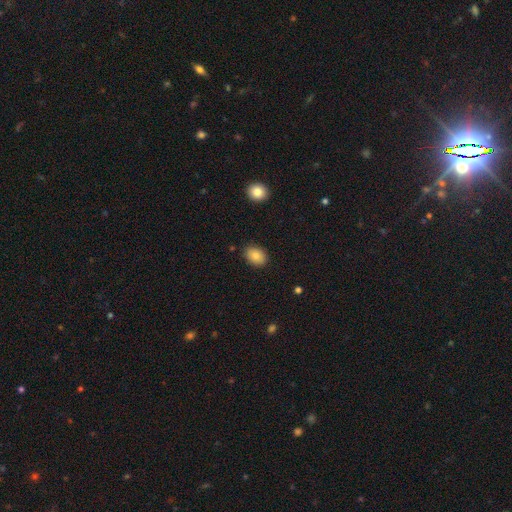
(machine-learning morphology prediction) Overall: smooth (84%). How rounded: in between (73%). Merging: none (88%).